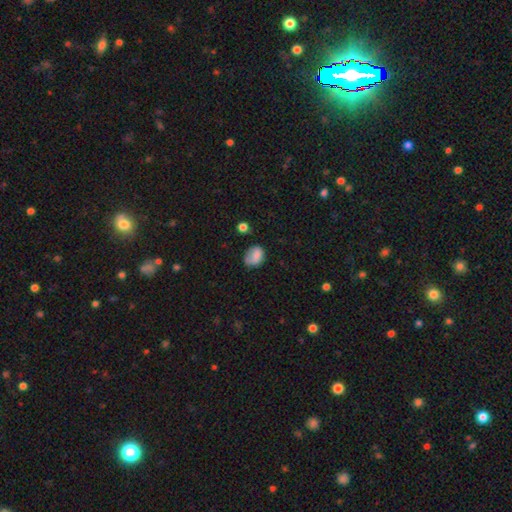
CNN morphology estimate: A smooth galaxy with no disk features (79%) that is in between round and cigar-shaped (54%). Merging: none (52%).